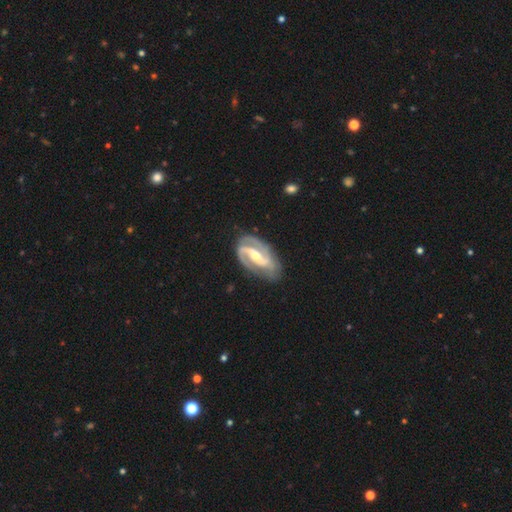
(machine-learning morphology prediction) Smooth or featured? featured or disk (90%)
Edge-on disk? no (96%)
Bar? strong (46%)
Spiral arms? yes (97%)
Spiral winding? medium (51%)
Spiral arm count? 2 (88%)
Bulge size? moderate (54%)
Merging? none (74%)